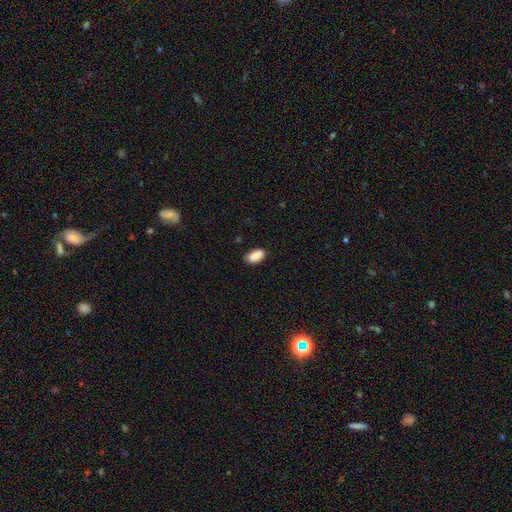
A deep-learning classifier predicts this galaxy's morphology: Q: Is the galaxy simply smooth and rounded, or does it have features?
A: smooth — 89%.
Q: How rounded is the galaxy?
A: in between — 93%.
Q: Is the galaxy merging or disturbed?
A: none — 83%.